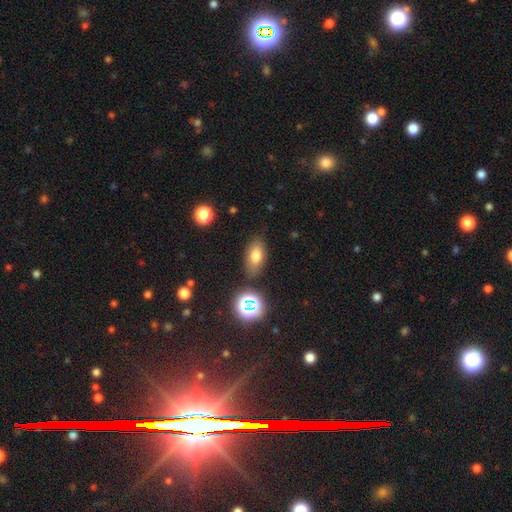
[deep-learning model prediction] This appears to be a smooth galaxy with no disk features (74%) that is in between round and cigar-shaped (84%). Merging: none (82%).